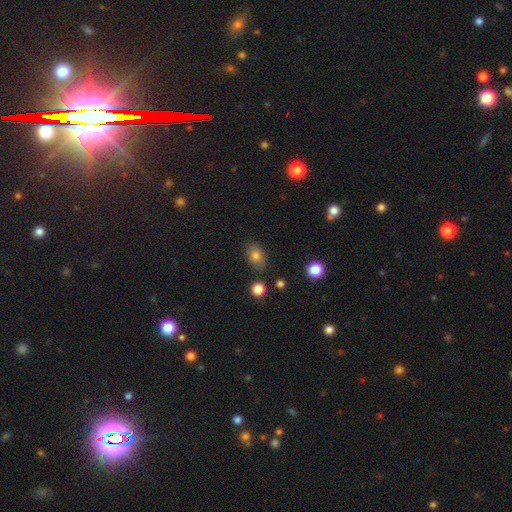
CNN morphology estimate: This is likely a smooth galaxy (79%). How rounded: likely in between (80%). Merging: likely none (80%).